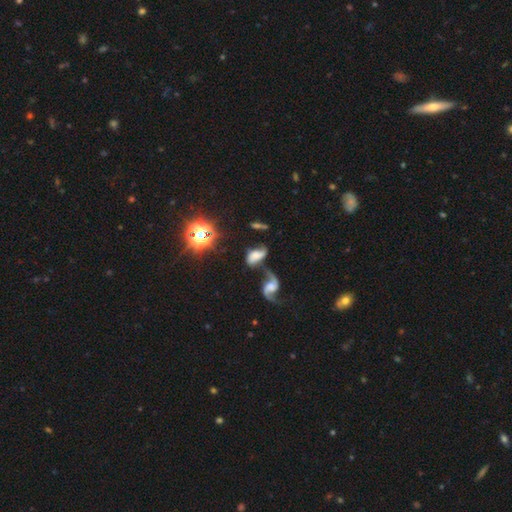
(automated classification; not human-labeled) This is possibly a featured or disk galaxy (50%). It is clearly not viewed edge-on (93%). Merging: marginally merger (37%).